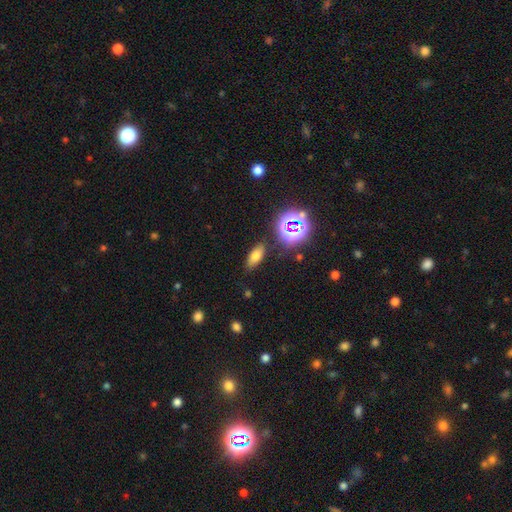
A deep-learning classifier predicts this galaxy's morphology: smooth_or_featured: smooth (p=0.65) [alt: star or artifact p=0.22]
how_rounded: in between (p=0.77) [alt: cigar-shaped p=0.16]
merging: none (p=0.82) [alt: minor disturbance p=0.11]